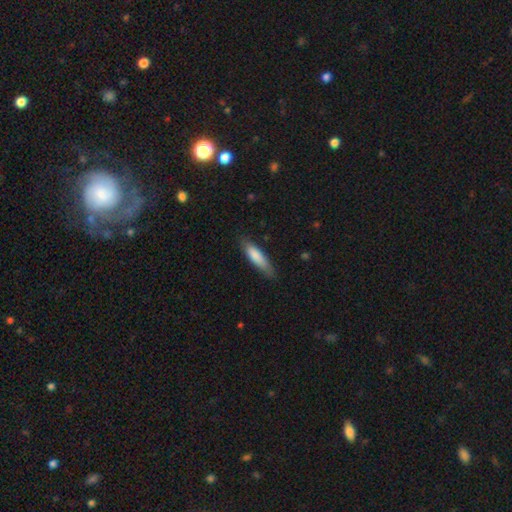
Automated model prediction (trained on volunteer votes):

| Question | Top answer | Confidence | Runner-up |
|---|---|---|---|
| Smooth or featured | smooth | 81% | featured or disk (14%) |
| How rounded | cigar-shaped | 67% | in between (31%) |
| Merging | none | 77% | minor disturbance (19%) |